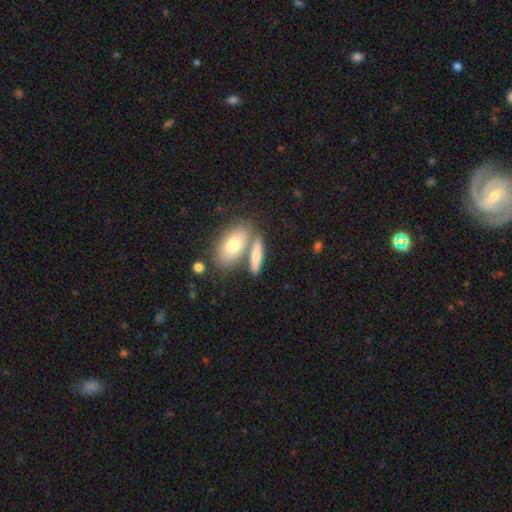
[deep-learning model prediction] This is likely a smooth galaxy (71%). How rounded: likely in between (64%). Merging: possibly none (53%).